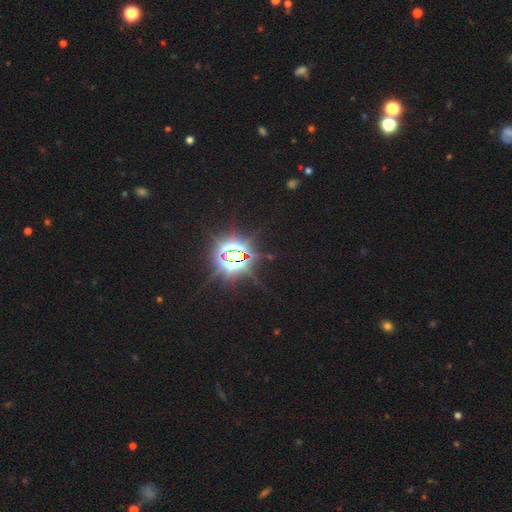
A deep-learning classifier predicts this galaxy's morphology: Smooth or featured?
  - star or artifact: 84% *
  - smooth: 10%
  - featured or disk: 6%